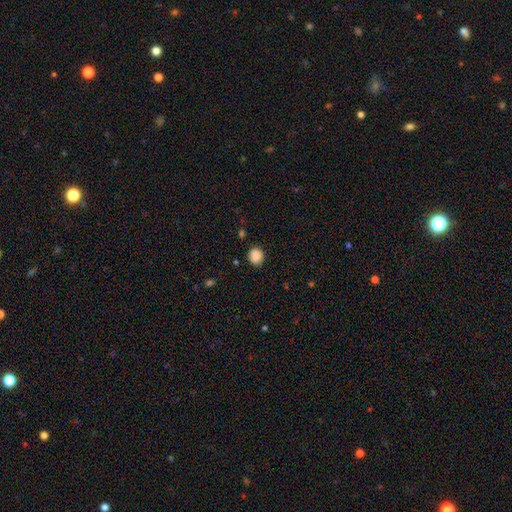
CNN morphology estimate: smooth-or-featured: smooth: 87% | star or artifact: 9% | featured or disk: 4%
  how-rounded: round: 68% | in between: 31% | cigar-shaped: 1%
  merging: none: 82% | minor disturbance: 13% | major disturbance: 3% | merger: 2%